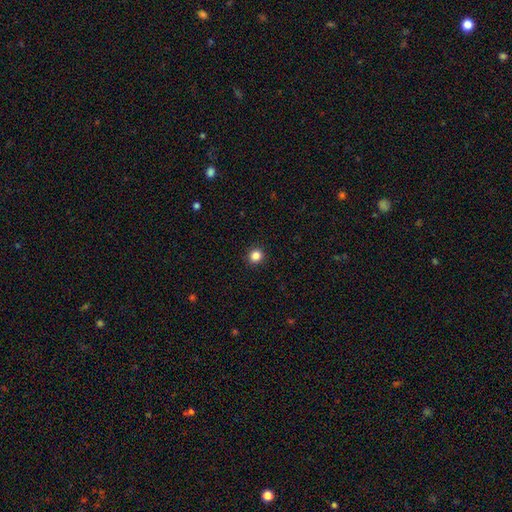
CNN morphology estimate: Smooth or featured? Predicted: smooth (p=0.85). How rounded? Predicted: round (p=0.93). Merging? Predicted: none (p=0.93).